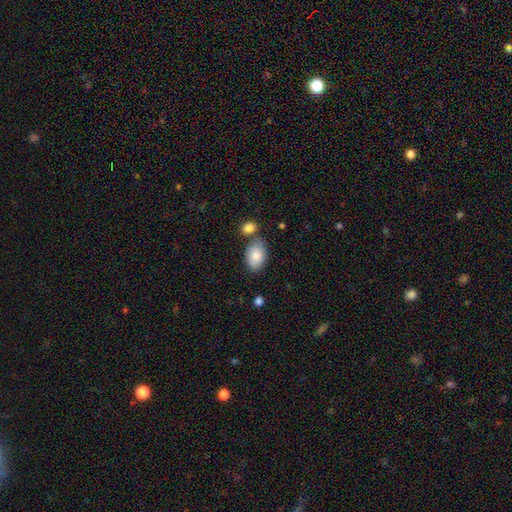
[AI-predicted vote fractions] Smooth or featured: smooth — 84% (featured or disk — 9%)
How rounded: in between — 89% (round — 10%)
Merging: none — 63% (minor disturbance — 17%)